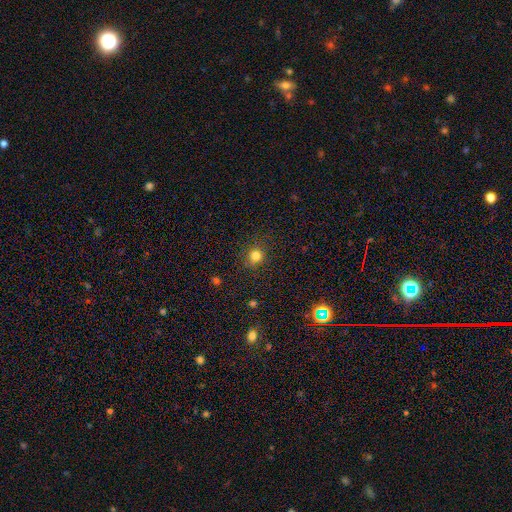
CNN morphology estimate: The model was most divided on "smooth or featured": smooth: 80%, star or artifact: 15%, featured or disk: 5%. More confident: how rounded — round (88%); merging — none (85%).